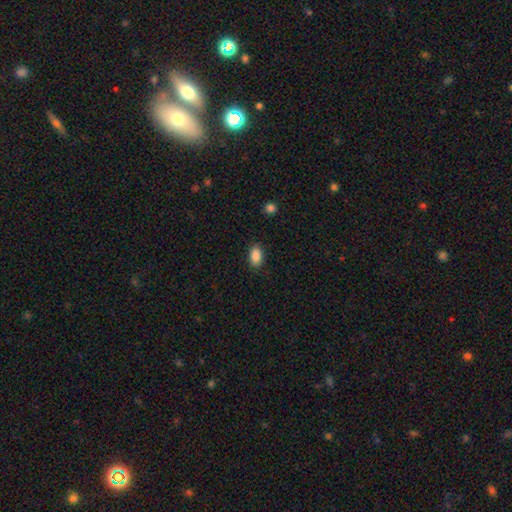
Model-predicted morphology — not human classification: Smooth or featured? smooth (88%)
How rounded? in between (90%)
Merging? none (88%)